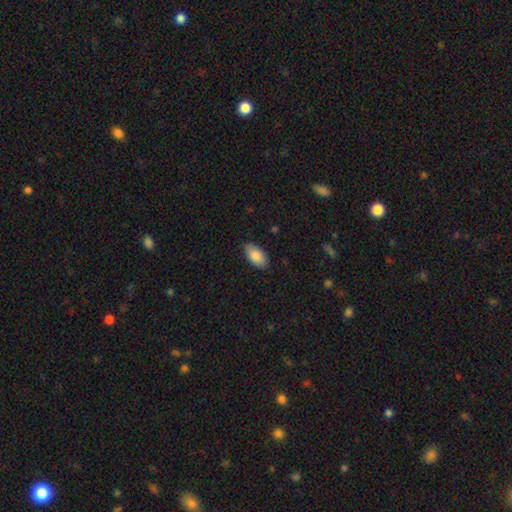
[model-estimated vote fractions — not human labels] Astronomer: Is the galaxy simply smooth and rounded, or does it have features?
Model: smooth — 86%.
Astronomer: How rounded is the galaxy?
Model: in between — 94%.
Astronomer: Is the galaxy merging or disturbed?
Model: none — 86%.